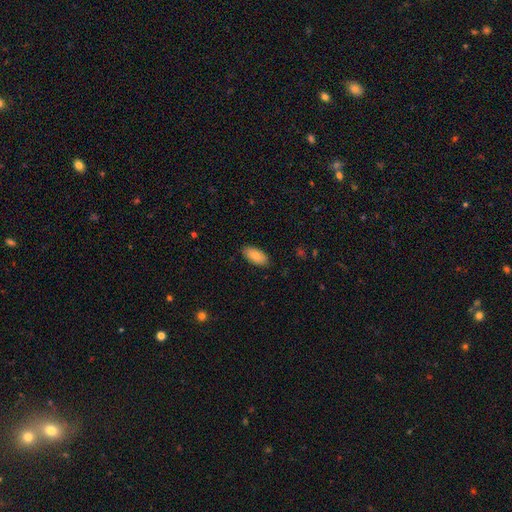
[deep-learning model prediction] The model was most divided on "smooth or featured": smooth: 84%, featured or disk: 9%, star or artifact: 7%. More confident: how rounded — in between (92%); merging — none (87%).